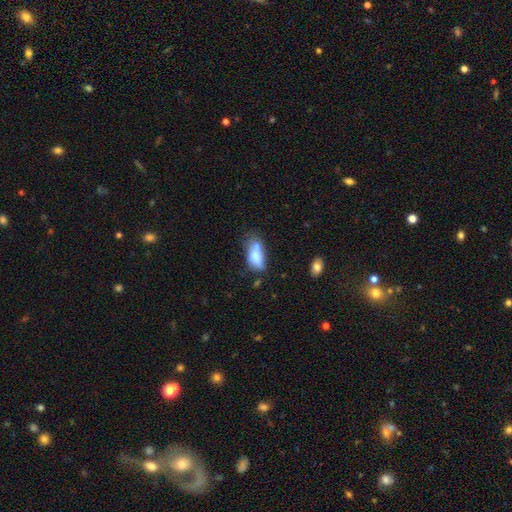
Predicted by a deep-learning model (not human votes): A smooth galaxy with no disk features (73%) that is in between round and cigar-shaped (86%).

Vote fractions:
- Smooth or featured? smooth: 73% / featured or disk: 18% / star or artifact: 9%
- How rounded? in between: 86% / cigar-shaped: 9% / round: 4%
- Merging? none: 31% / merger: 29% / minor disturbance: 26% / major disturbance: 15%